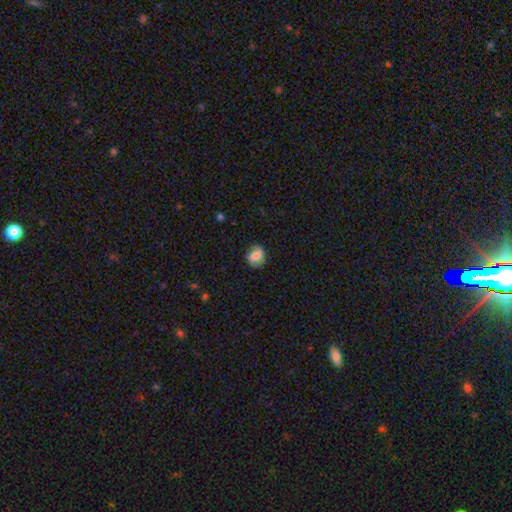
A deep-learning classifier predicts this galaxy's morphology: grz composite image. It shows a smooth galaxy with no disk features (68%) that is round (50%). Merging: none (73%).